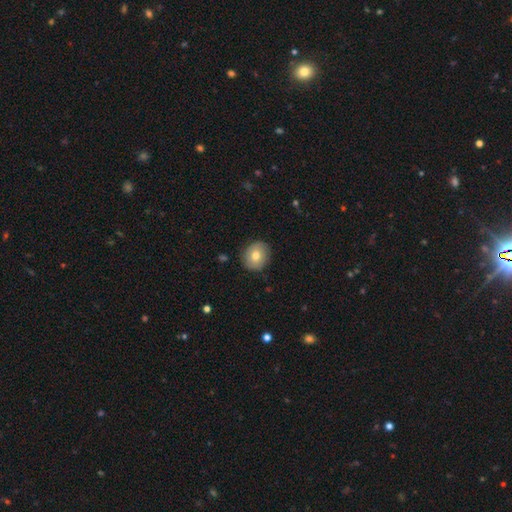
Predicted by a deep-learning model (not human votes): Smooth or featured: smooth — 69% (featured or disk — 23%)
How rounded: round — 76% (in between — 23%)
Merging: none — 84% (minor disturbance — 12%)